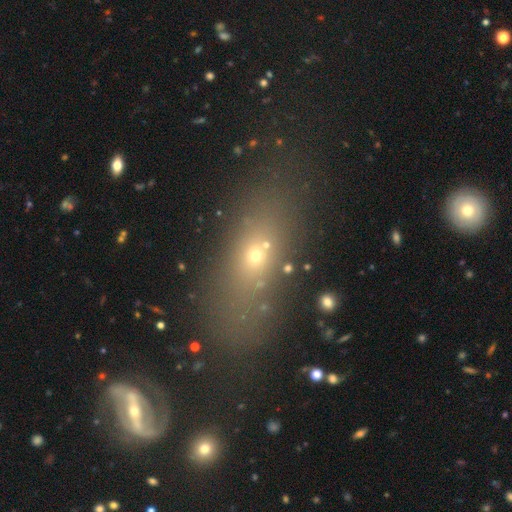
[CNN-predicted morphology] This appears to be a smooth galaxy with no disk features (47%). Merging: none (63%).